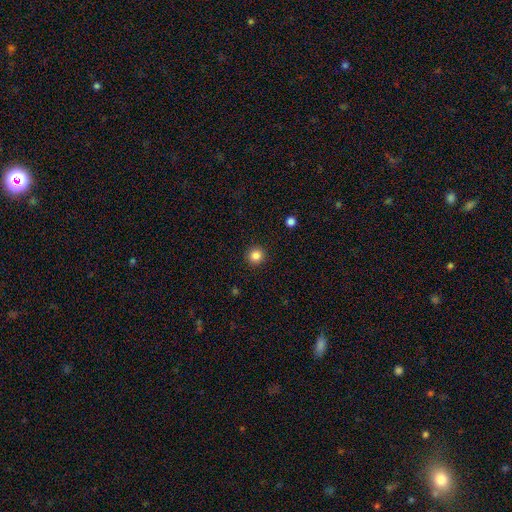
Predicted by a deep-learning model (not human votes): Smooth or featured?
  - smooth: 85% *
  - star or artifact: 11%
  - featured or disk: 4%
How rounded?
  - round: 95% *
  - in between: 4%
  - cigar-shaped: 1%
Merging?
  - none: 93% *
  - minor disturbance: 4%
  - major disturbance: 2%
  - merger: 1%